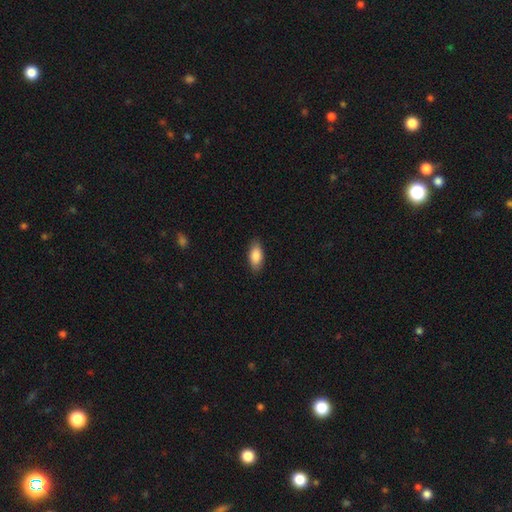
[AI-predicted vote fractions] This is clearly a smooth galaxy (86%). How rounded: clearly in between (88%). Merging: clearly none (85%).